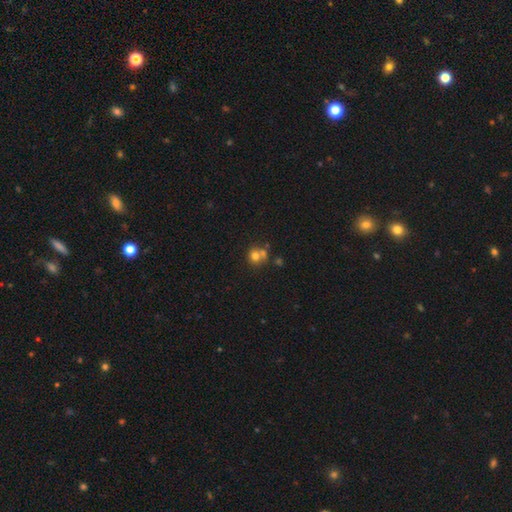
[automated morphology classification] Overall: smooth (73%). How rounded: round (82%). Merging: none (47%; merger 39%).